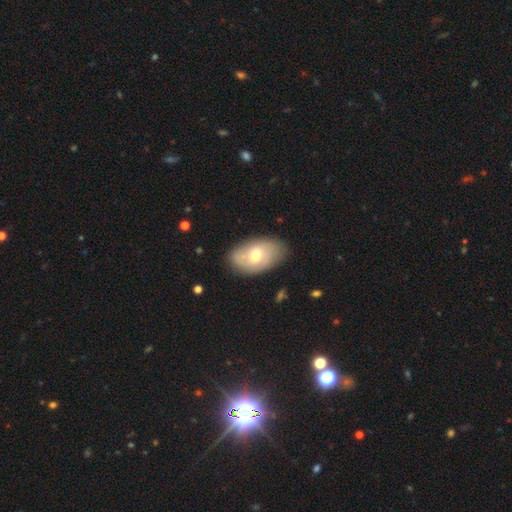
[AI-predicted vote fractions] Q: Smooth or featured?
A: smooth (51%); runner-up: featured or disk (42%)
Q: How rounded?
A: in between (91%); runner-up: round (8%)
Q: Merging?
A: none (78%); runner-up: minor disturbance (17%)